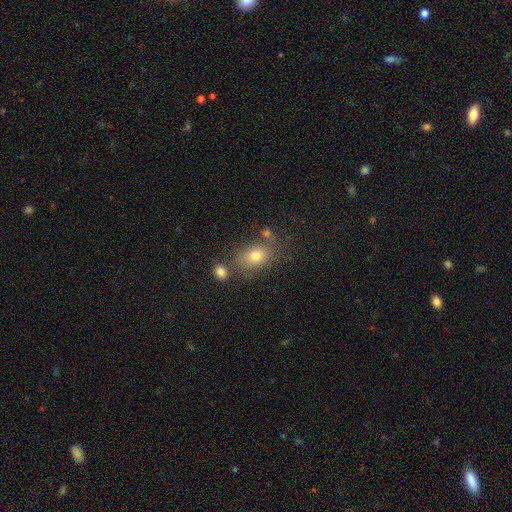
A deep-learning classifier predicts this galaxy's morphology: Smooth or featured: smooth — 76% (featured or disk — 12%)
How rounded: in between — 72% (round — 26%)
Merging: none — 63% (minor disturbance — 16%)